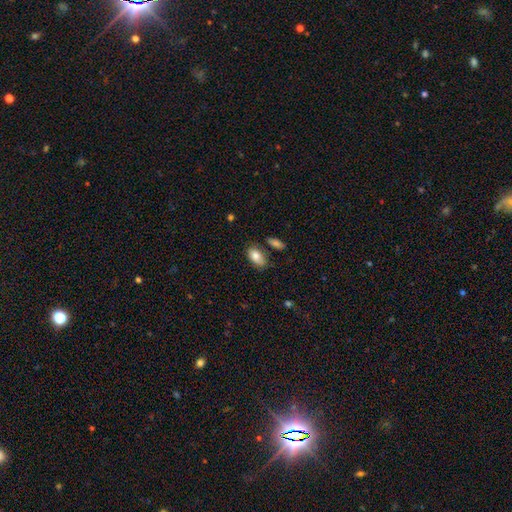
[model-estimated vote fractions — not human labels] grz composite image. It shows a smooth galaxy with no disk features (81%) that is in between round and cigar-shaped (92%). Merging: none (73%).